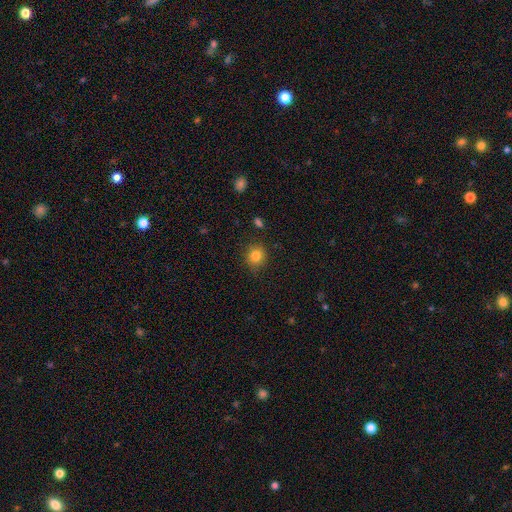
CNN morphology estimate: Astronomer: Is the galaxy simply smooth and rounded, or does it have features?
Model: smooth — 84%.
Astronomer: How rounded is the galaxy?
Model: round — 85%.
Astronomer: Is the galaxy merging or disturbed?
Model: none — 84%.